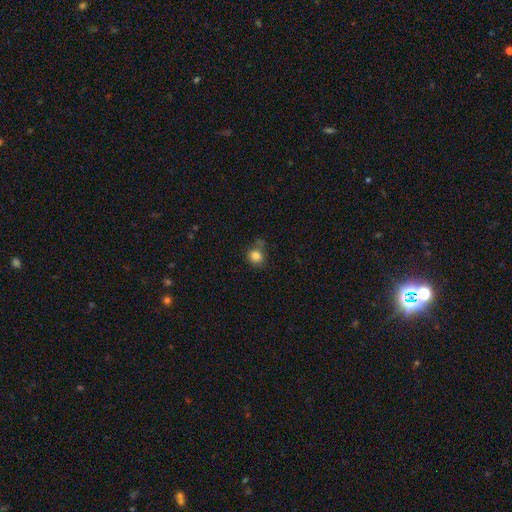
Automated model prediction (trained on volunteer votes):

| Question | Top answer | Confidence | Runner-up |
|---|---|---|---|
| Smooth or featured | smooth | 83% | star or artifact (11%) |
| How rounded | round | 78% | in between (21%) |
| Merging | none | 65% | minor disturbance (20%) |